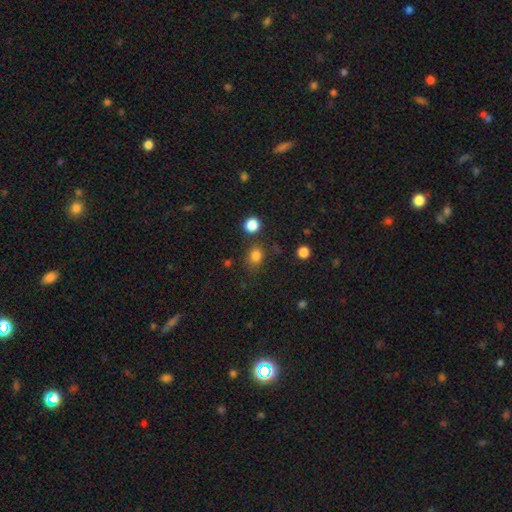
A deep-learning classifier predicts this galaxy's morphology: A smooth galaxy with no disk features (80%) that is round (63%). Merging: none (74%).